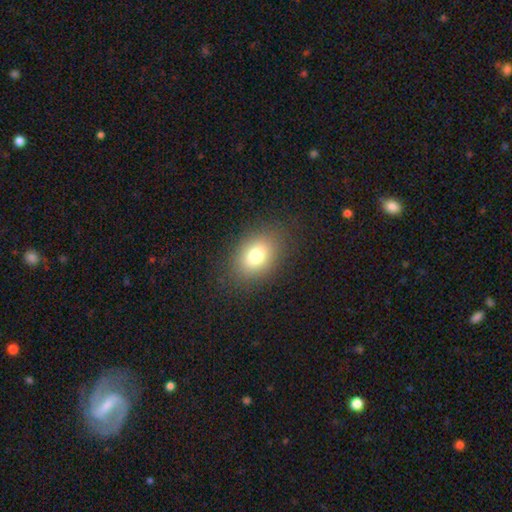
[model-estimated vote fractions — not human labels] This appears to be a smooth galaxy with no disk features (77%) that is in between round and cigar-shaped (74%). Merging: none (84%).